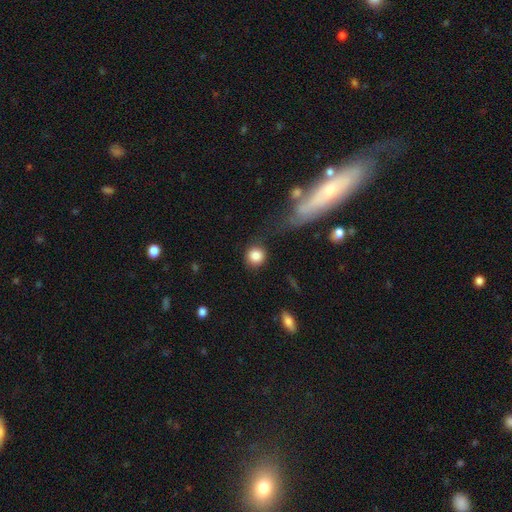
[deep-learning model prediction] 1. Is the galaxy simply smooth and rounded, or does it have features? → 85% smooth, 8% star or artifact, 6% featured or disk.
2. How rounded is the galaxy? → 91% round, 8% in between, 1% cigar-shaped.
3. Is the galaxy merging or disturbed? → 77% none, 12% minor disturbance, 6% major disturbance, 5% merger.